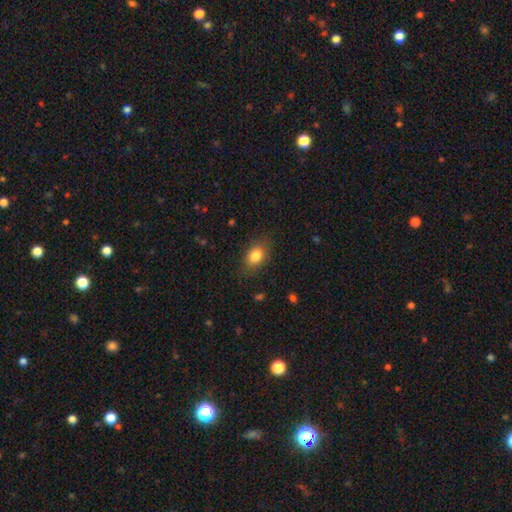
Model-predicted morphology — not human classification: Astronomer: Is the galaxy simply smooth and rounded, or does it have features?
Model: smooth — 83%.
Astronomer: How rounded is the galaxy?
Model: in between — 77%.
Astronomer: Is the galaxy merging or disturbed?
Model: none — 81%.